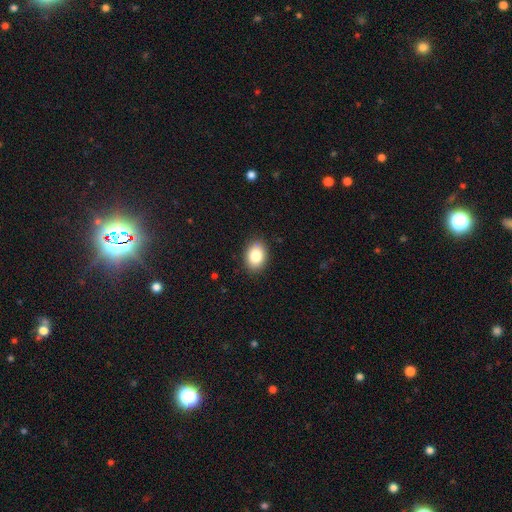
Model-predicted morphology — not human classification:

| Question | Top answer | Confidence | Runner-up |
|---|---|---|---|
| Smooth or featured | smooth | 85% | star or artifact (8%) |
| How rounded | in between | 76% | round (23%) |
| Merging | none | 88% | minor disturbance (9%) |